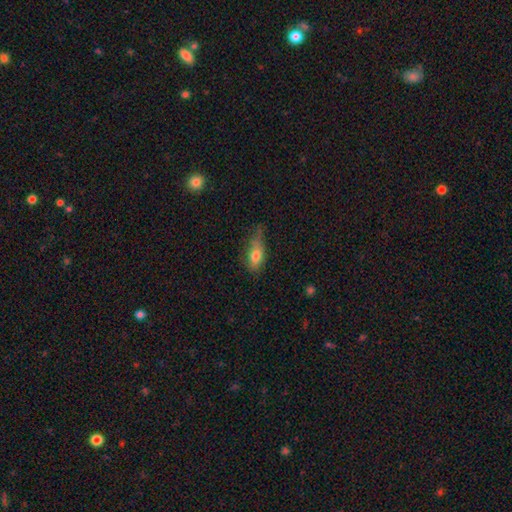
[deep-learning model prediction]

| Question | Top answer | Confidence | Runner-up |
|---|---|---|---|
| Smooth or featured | smooth | 75% | featured or disk (17%) |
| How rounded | in between | 79% | cigar-shaped (14%) |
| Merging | minor disturbance | 40% | none (36%) |